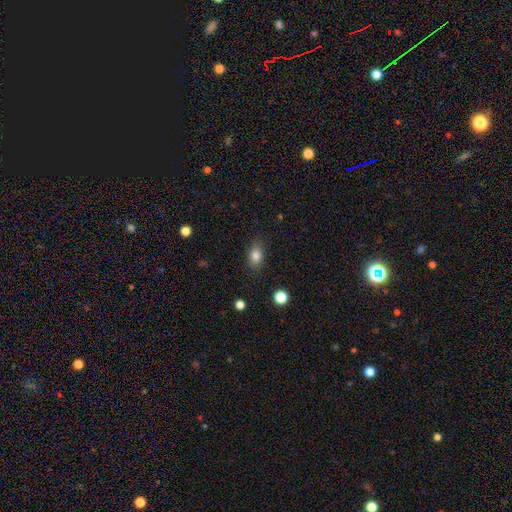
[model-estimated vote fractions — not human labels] Smooth or featured? Predicted: smooth (p=0.82). How rounded? Predicted: in between (p=0.77). Merging? Predicted: none (p=0.81).